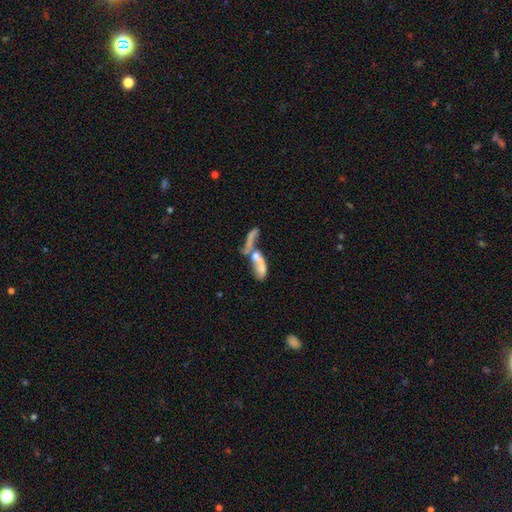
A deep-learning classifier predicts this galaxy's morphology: smooth_or_featured: featured or disk (p=0.54) [alt: smooth p=0.33]
disk_edge_on: no (p=0.81) [alt: yes p=0.19]
merging: merger (p=0.60) [alt: major disturbance p=0.18]